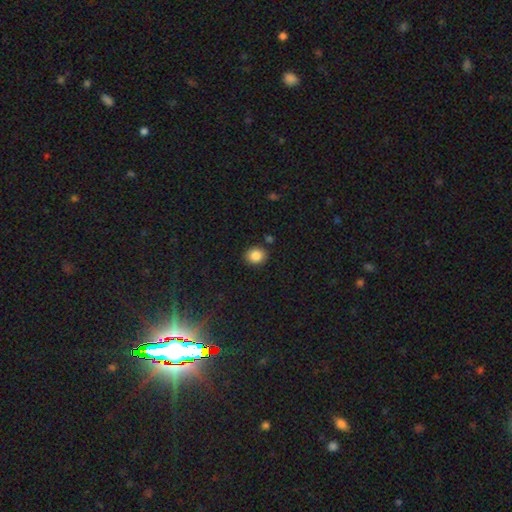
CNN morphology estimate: smooth 86%, star or artifact 9%, featured or disk 5%. Down the decision tree: how rounded — round (76%); merging — none (88%).